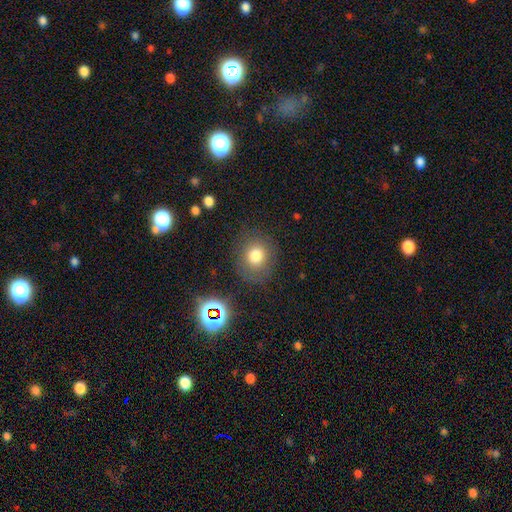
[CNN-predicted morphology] Smooth or featured?
  - smooth: 76% *
  - star or artifact: 14%
  - featured or disk: 10%
How rounded?
  - round: 80% *
  - in between: 19%
  - cigar-shaped: 1%
Merging?
  - none: 81% *
  - minor disturbance: 12%
  - major disturbance: 5%
  - merger: 2%